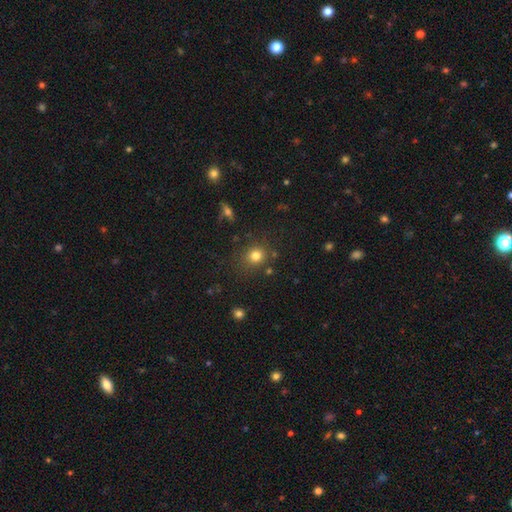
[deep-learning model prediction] The model was most divided on "smooth or featured": smooth: 79%, star or artifact: 14%, featured or disk: 7%. More confident: how rounded — round (82%); merging — none (80%).